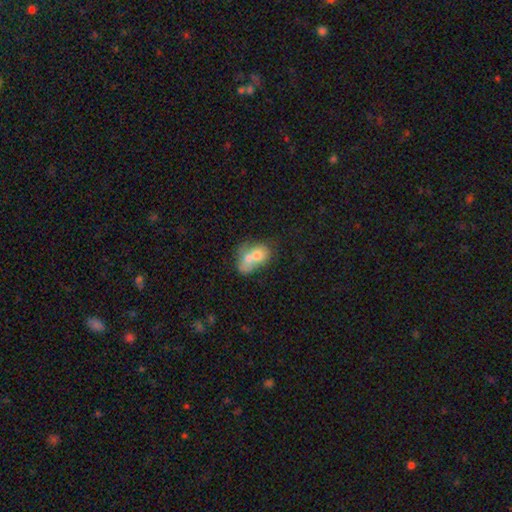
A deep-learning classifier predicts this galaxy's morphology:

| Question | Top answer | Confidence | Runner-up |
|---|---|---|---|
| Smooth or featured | smooth | 64% | featured or disk (28%) |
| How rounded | in between | 53% | round (46%) |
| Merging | merger | 75% | none (15%) |